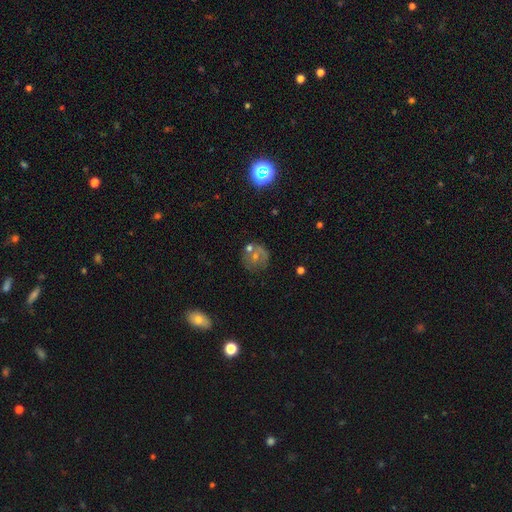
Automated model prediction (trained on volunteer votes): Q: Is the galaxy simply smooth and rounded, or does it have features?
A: featured or disk — 38%.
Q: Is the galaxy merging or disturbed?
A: none — 65%.